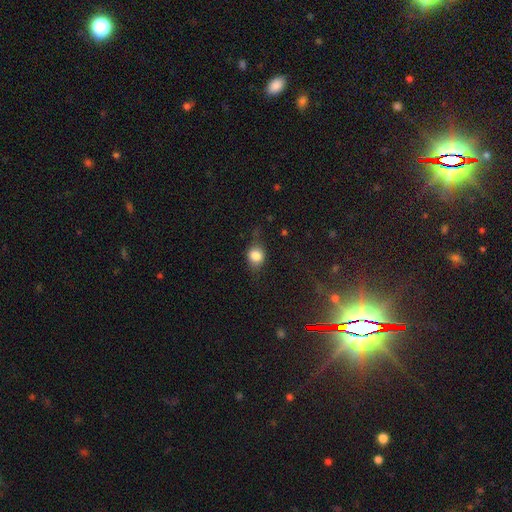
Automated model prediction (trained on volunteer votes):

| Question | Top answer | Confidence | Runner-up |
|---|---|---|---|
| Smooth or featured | smooth | 76% | featured or disk (14%) |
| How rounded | round | 58% | in between (40%) |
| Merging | none | 62% | minor disturbance (26%) |